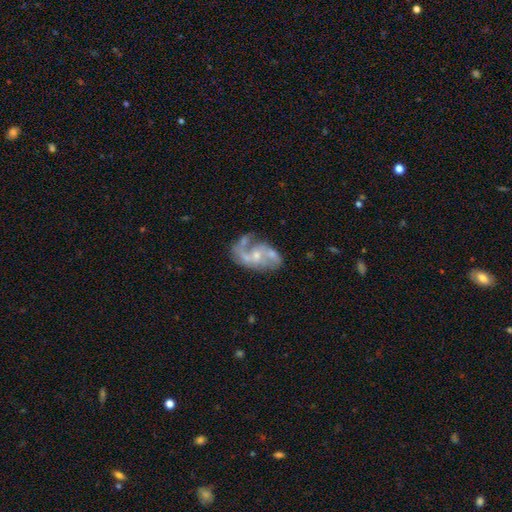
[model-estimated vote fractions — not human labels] smooth-or-featured: featured or disk: 80% | smooth: 13% | star or artifact: 7%
  disk-edge-on: no: 98% | yes: 2%
    bar: no: 64% | weak: 30% | strong: 7%
    has-spiral-arms: yes: 80% | no: 20%
      spiral-winding: loose: 49% | medium: 39% | tight: 12%
      spiral-arm-count: 2: 67% | 1: 12% | can't tell: 11% | 3: 6% | 4: 2% | more than 4: 2%
    bulge-size: small: 56% | moderate: 33% | none: 9% | large: 2% | dominant: 1%
  merging: none: 39% | major disturbance: 22% | minor disturbance: 19% | merger: 19%